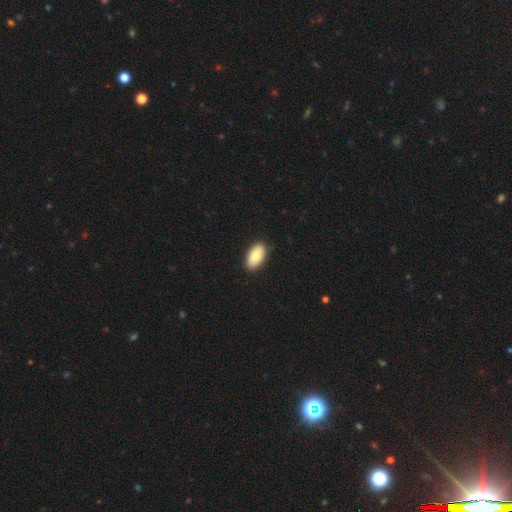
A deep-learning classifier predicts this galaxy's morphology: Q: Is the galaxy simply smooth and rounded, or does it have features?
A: smooth — 82%.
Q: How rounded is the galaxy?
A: in between — 95%.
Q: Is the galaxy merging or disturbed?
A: none — 89%.